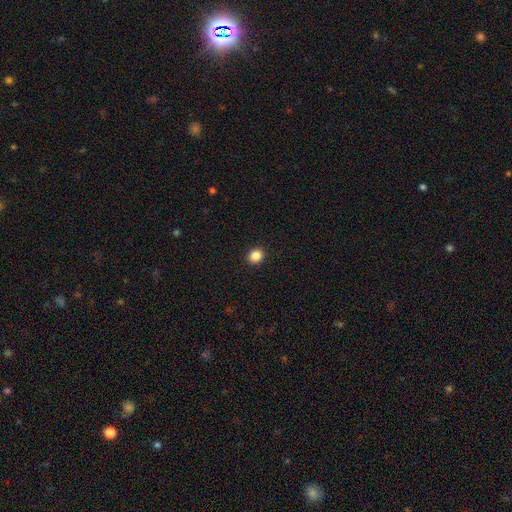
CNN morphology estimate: Smooth or featured? Predicted: smooth (p=0.86). How rounded? Predicted: round (p=0.80). Merging? Predicted: none (p=0.93).